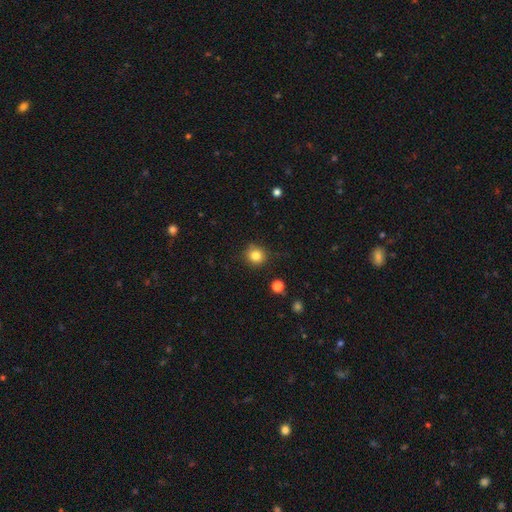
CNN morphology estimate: type=smooth (82%); roundness=round (90%); merging=none (85%).